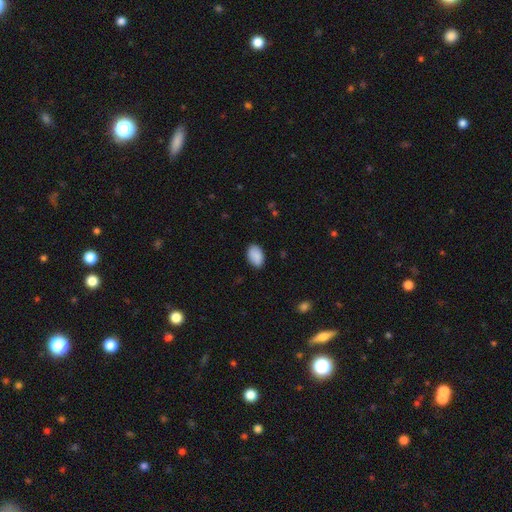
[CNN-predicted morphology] The model was most divided on "merging": none: 85%, minor disturbance: 11%, major disturbance: 2%, merger: 1%. More confident: smooth or featured — smooth (90%); how rounded — in between (90%).